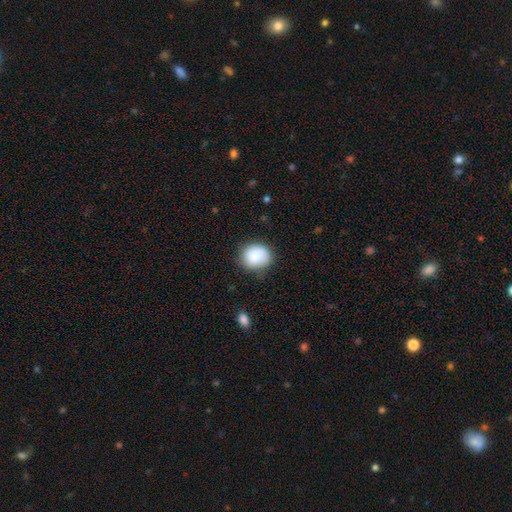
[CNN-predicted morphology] Smooth or featured? Predicted: smooth (p=0.87). How rounded? Predicted: round (p=0.70). Merging? Predicted: none (p=0.77).